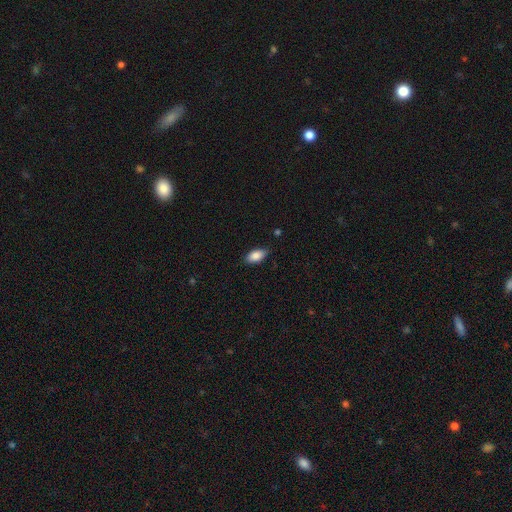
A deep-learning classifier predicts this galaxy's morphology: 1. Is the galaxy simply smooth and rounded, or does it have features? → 86% smooth, 7% featured or disk, 7% star or artifact.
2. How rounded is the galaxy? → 91% in between, 6% cigar-shaped, 3% round.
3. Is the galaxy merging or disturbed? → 83% none, 13% minor disturbance, 2% major disturbance, 1% merger.